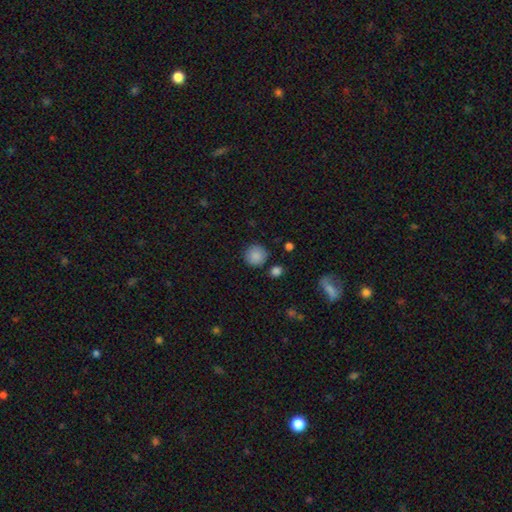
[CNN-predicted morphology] Q: Smooth or featured?
A: smooth (87%); runner-up: star or artifact (9%)
Q: How rounded?
A: round (92%); runner-up: in between (7%)
Q: Merging?
A: none (85%); runner-up: minor disturbance (9%)